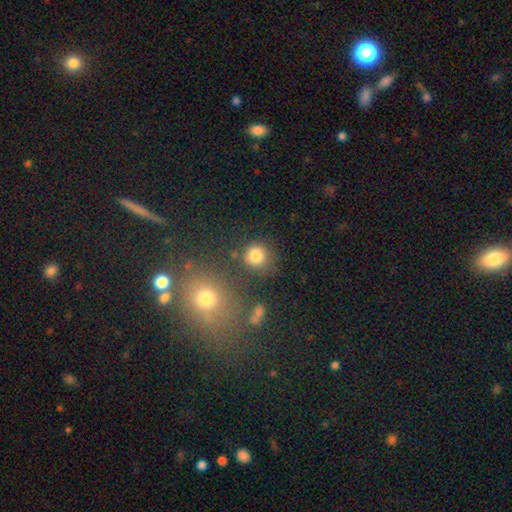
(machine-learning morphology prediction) This is clearly a smooth galaxy (81%). How rounded: clearly round (88%). Merging: likely none (74%).